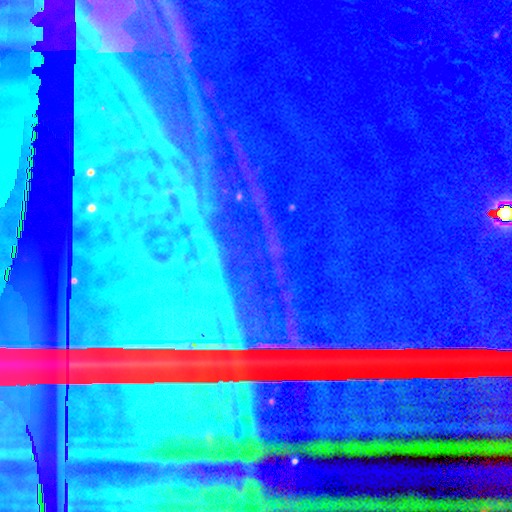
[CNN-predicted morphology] type=star or artifact (88%).